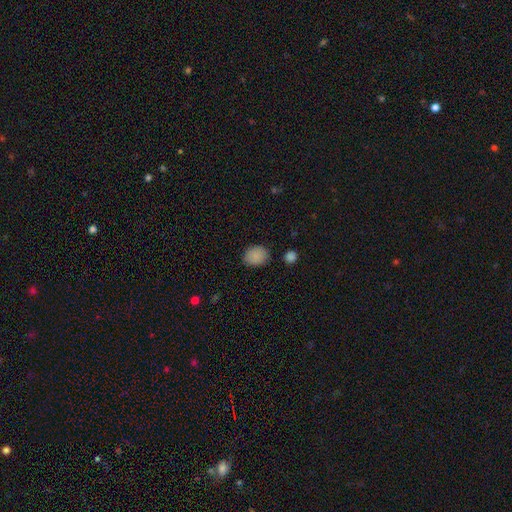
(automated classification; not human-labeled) Q: Smooth or featured?
A: smooth (87%); runner-up: star or artifact (9%)
Q: How rounded?
A: in between (50%); runner-up: round (48%)
Q: Merging?
A: none (82%); runner-up: minor disturbance (13%)